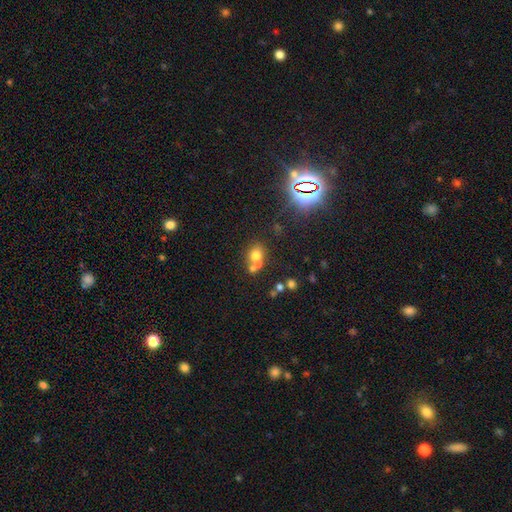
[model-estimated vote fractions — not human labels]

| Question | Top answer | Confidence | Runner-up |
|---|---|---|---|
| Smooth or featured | smooth | 64% | star or artifact (19%) |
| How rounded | round | 74% | in between (25%) |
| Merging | merger | 44% | tied: none (44%) |